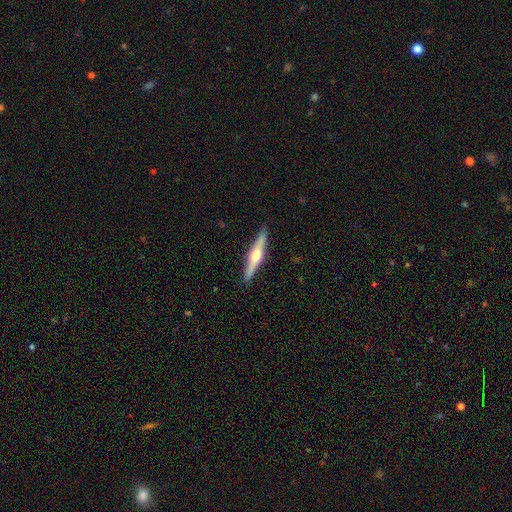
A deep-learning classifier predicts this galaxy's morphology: The model was most divided on "smooth or featured": featured or disk: 69%, smooth: 26%, star or artifact: 5%. More confident: edge-on disk — yes (97%); edge-on bulge — rounded (93%); merging — none (91%).